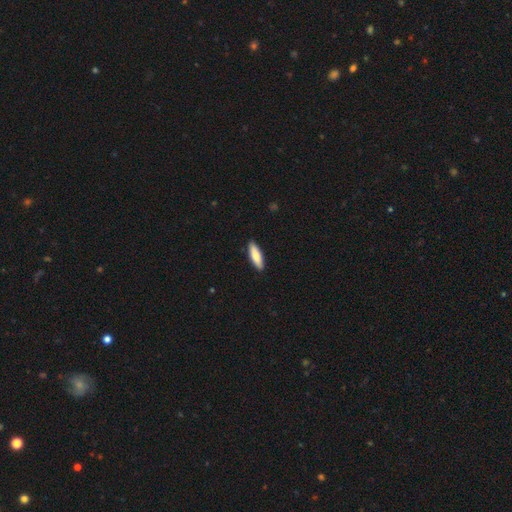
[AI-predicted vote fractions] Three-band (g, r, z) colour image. It shows a smooth galaxy with no disk features (81%) that is cigar-shaped (55%). Merging: none (90%).